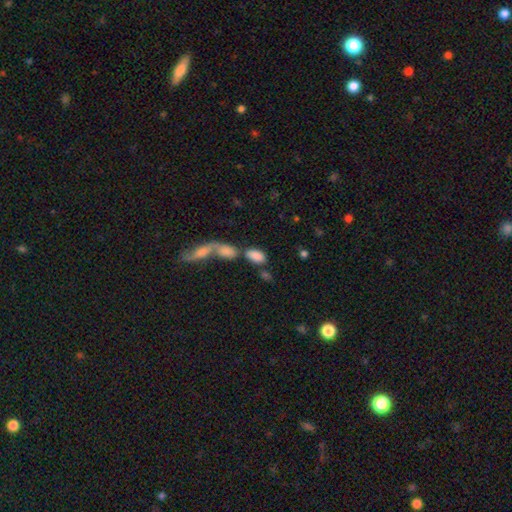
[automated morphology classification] Smooth or featured?
  - smooth: 82% *
  - featured or disk: 11%
  - star or artifact: 8%
How rounded?
  - in between: 92% *
  - cigar-shaped: 5%
  - round: 4%
Merging?
  - merger: 46% *
  - none: 37%
  - minor disturbance: 10%
  - major disturbance: 6%